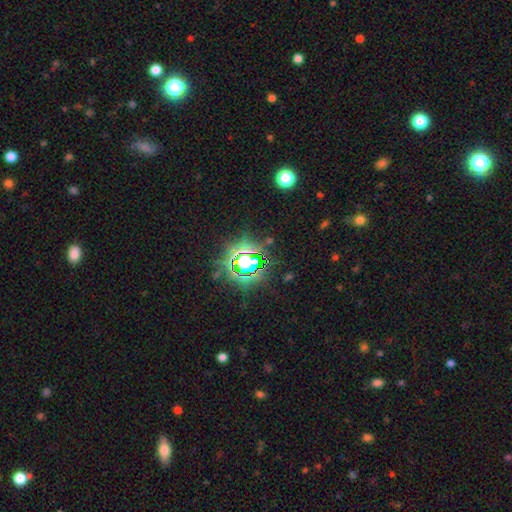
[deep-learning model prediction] Smooth or featured? Predicted: star or artifact (p=0.80).